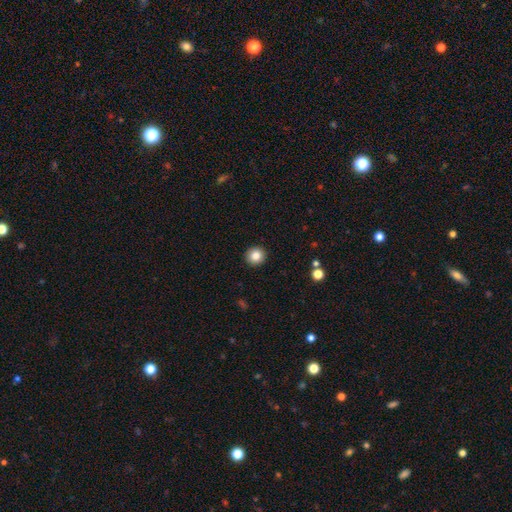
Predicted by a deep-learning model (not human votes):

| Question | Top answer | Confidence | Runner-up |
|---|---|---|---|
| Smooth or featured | smooth | 85% | star or artifact (10%) |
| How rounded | round | 93% | in between (6%) |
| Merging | none | 93% | minor disturbance (5%) |